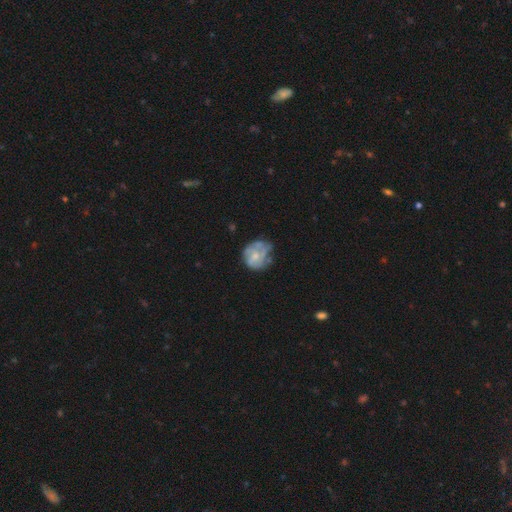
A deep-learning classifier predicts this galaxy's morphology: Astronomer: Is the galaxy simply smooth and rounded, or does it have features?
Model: featured or disk — 55% (runner-up: smooth, 37%).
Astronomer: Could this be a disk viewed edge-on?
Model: no — 98%.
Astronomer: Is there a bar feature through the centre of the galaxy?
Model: no — 82%.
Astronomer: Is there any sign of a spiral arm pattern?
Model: no — 55% (runner-up: yes, 45%).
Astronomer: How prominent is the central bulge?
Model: small — 48% (runner-up: moderate, 39%).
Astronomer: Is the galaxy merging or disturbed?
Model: none — 45% (runner-up: minor disturbance, 30%).